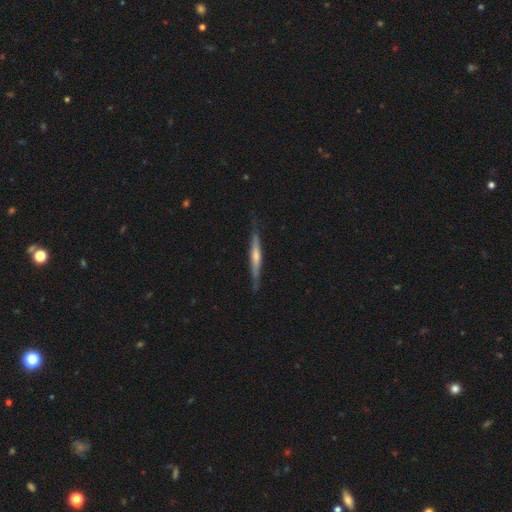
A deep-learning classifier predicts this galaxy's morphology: A featured or disk galaxy (73%) viewed edge-on (97%) with a rounded central bulge (74%).

Vote fractions:
- Smooth or featured? featured or disk: 73% / smooth: 21% / star or artifact: 6%
- Edge-on disk? yes: 97% / no: 3%
- Edge-on bulge? rounded: 74% / none: 15% / boxy: 11%
- Merging? none: 87% / minor disturbance: 10% / major disturbance: 2% / merger: 1%